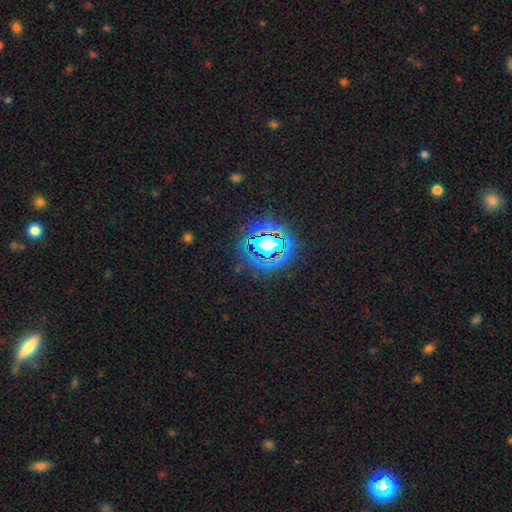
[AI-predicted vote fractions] smooth_or_featured: star or artifact (p=0.81) [alt: smooth p=0.12]